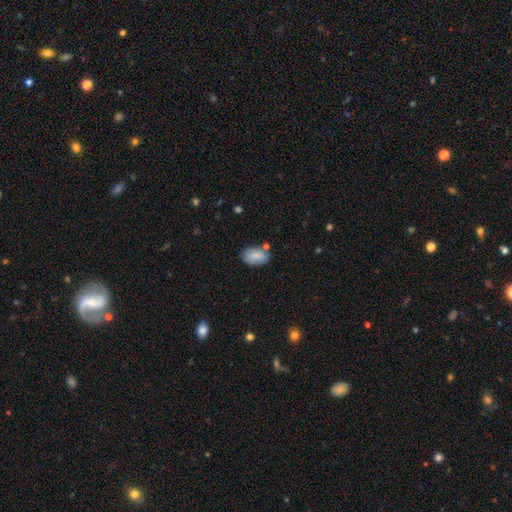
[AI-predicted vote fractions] smooth_or_featured: smooth (p=0.81) [alt: featured or disk p=0.12]
how_rounded: in between (p=0.91) [alt: round p=0.07]
merging: none (p=0.70) [alt: minor disturbance p=0.19]